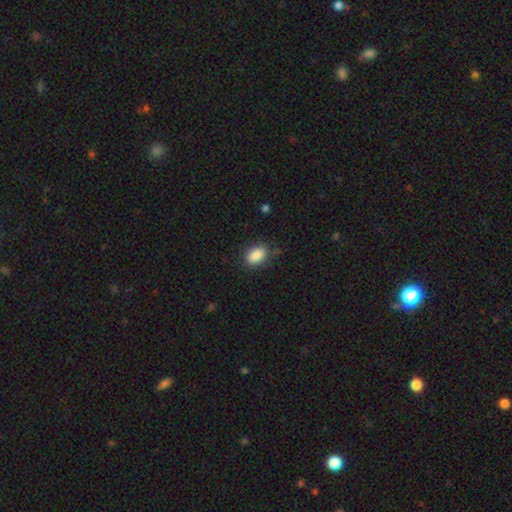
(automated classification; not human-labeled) Smooth or featured? smooth (89%)
How rounded? in between (83%)
Merging? none (81%)